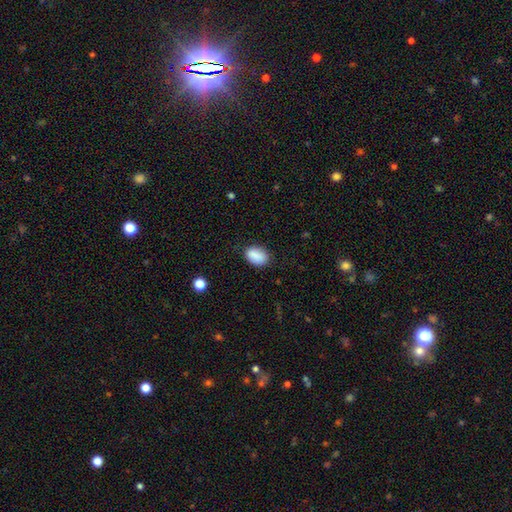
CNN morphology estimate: smooth 89%, star or artifact 8%, featured or disk 4%. Down the decision tree: how rounded — in between (86%); merging — none (80%).